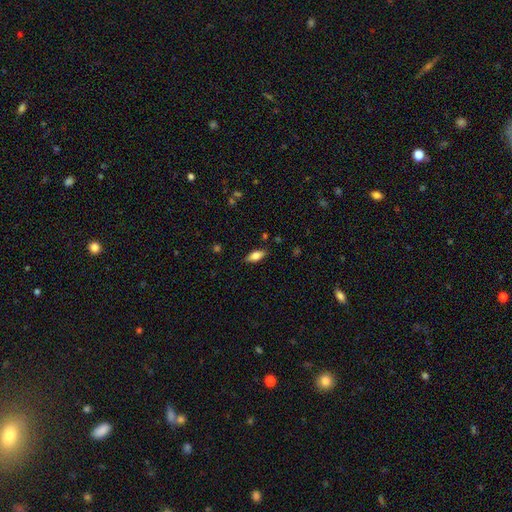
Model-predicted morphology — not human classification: smooth-or-featured: smooth: 74% | featured or disk: 19% | star or artifact: 7%
  how-rounded: in between: 80% | cigar-shaped: 18% | round: 3%
  merging: none: 85% | minor disturbance: 11% | major disturbance: 2% | merger: 1%